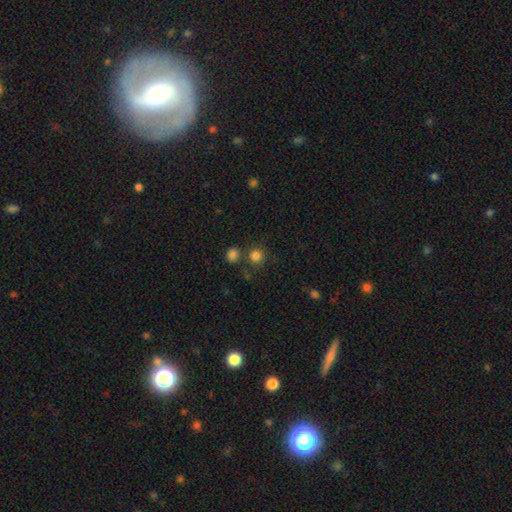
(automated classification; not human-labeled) smooth-or-featured: smooth: 81% | star or artifact: 13% | featured or disk: 5%
  how-rounded: round: 89% | in between: 10% | cigar-shaped: 1%
  merging: none: 73% | merger: 14% | minor disturbance: 9% | major disturbance: 4%